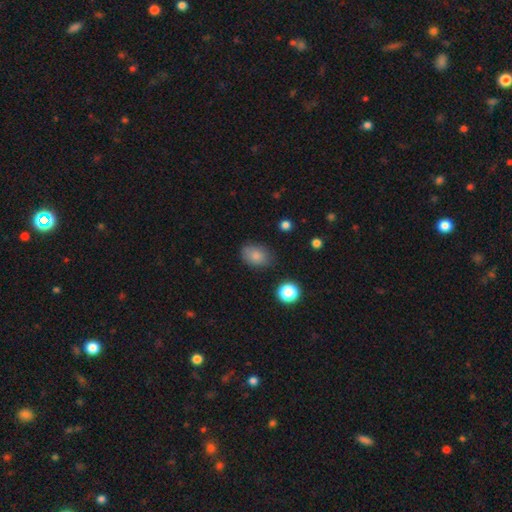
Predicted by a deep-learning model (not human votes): The model was most divided on "how rounded": in between: 74%, round: 25%, cigar-shaped: 1%. More confident: smooth or featured — smooth (83%); merging — none (77%).